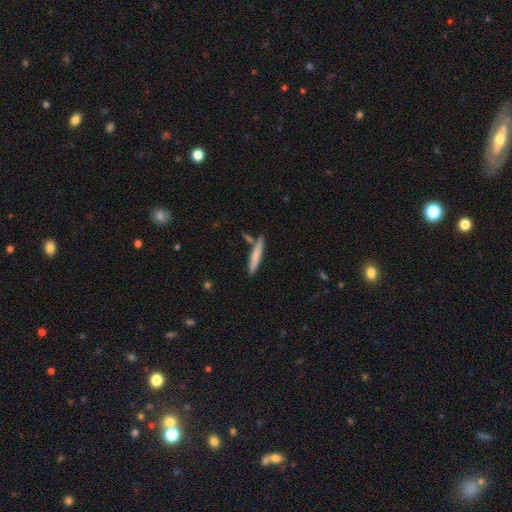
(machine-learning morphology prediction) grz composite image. It shows a smooth galaxy with no disk features (73%) that is cigar-shaped (92%). Merging: none (77%).